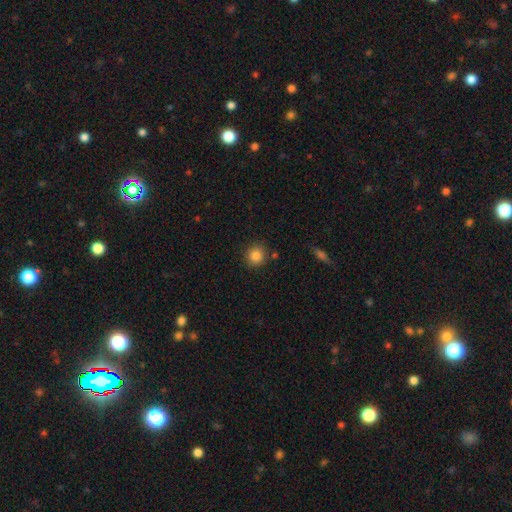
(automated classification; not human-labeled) Smooth or featured?
  - smooth: 85% *
  - star or artifact: 10%
  - featured or disk: 5%
How rounded?
  - round: 91% *
  - in between: 8%
  - cigar-shaped: 1%
Merging?
  - none: 86% *
  - minor disturbance: 8%
  - merger: 4%
  - major disturbance: 2%